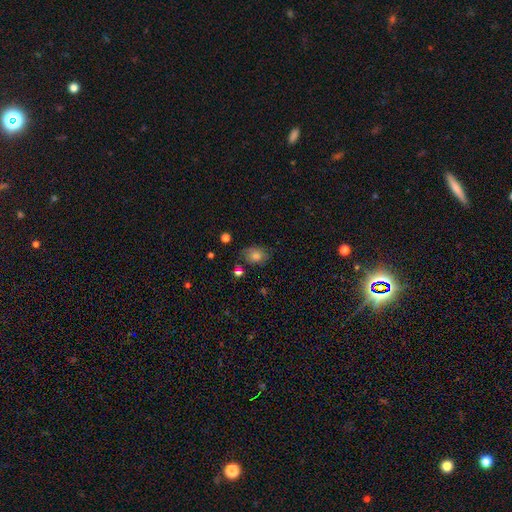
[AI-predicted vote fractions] Smooth or featured? Predicted: smooth (p=0.69). How rounded? Predicted: in between (p=0.60). Merging? Predicted: none (p=0.70).